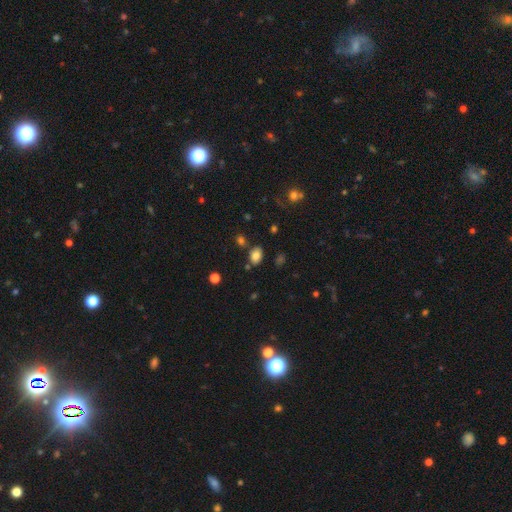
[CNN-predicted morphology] This appears to be a smooth galaxy with no disk features (80%) that is in between round and cigar-shaped (77%). Merging: none (76%).